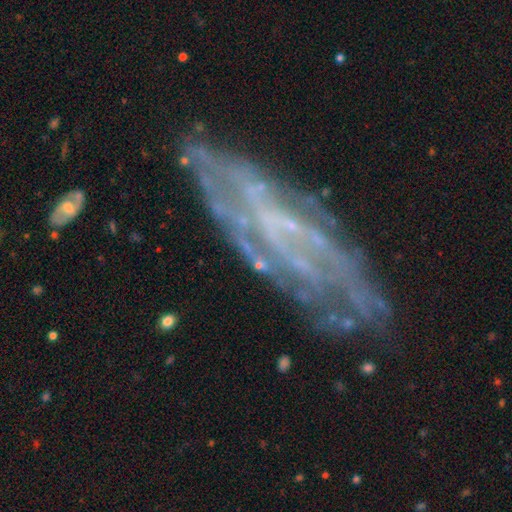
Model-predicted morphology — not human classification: This is likely a featured or disk galaxy (79%). It is clearly not viewed edge-on (84%). Bar: possibly no (50%). Spiral arm pattern: likely yes (77%). Spiral arm count: marginally can't tell (45%). Spiral winding: marginally tight (44%). Central bulge: possibly small (56%). Merging: likely none (62%).